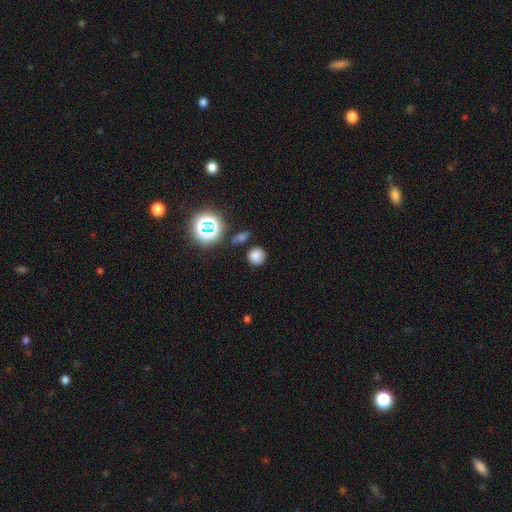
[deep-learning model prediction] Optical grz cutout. It shows a smooth galaxy with no disk features (76%) that is round (89%). Merging: none (83%).